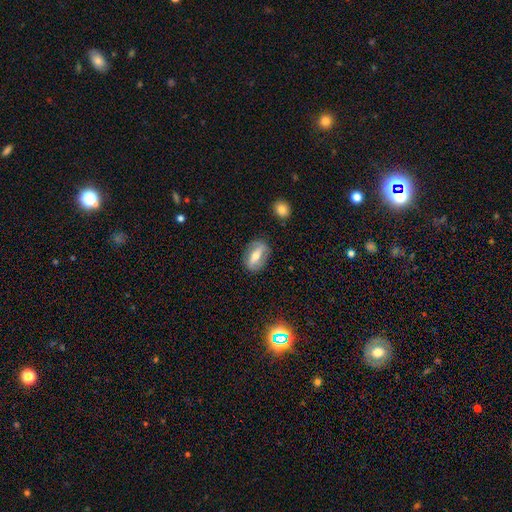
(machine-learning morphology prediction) This is possibly a featured or disk galaxy (57%). It is clearly not viewed edge-on (84%). Merging: likely none (80%).